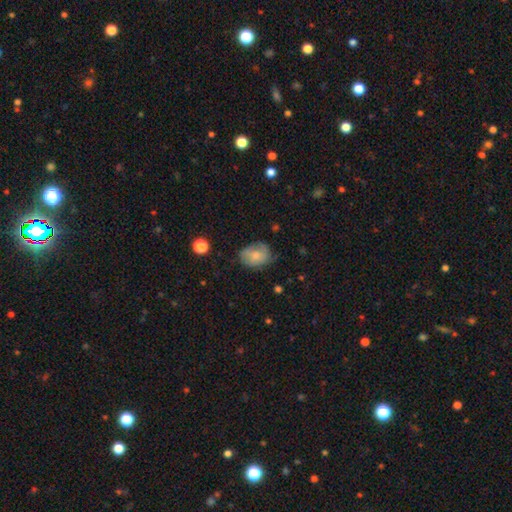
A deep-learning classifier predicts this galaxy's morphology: smooth 71%, featured or disk 21%, star or artifact 8%. Down the decision tree: how rounded — in between (61%); merging — none (60%).